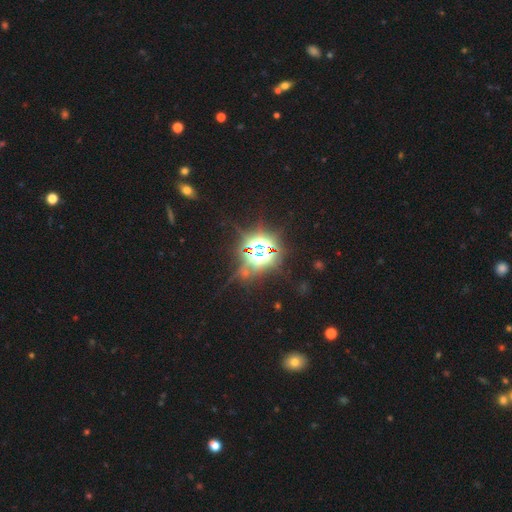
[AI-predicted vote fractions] This appears to be a star or artifact, not a galaxy (81%).